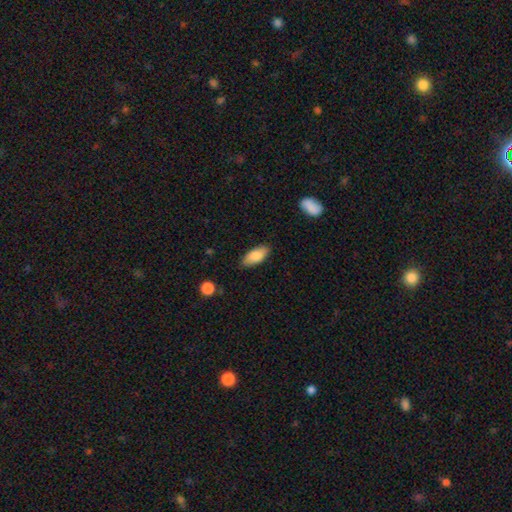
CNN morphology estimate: Q: Smooth or featured?
A: smooth (83%); runner-up: featured or disk (10%)
Q: How rounded?
A: in between (85%); runner-up: cigar-shaped (13%)
Q: Merging?
A: none (82%); runner-up: minor disturbance (14%)